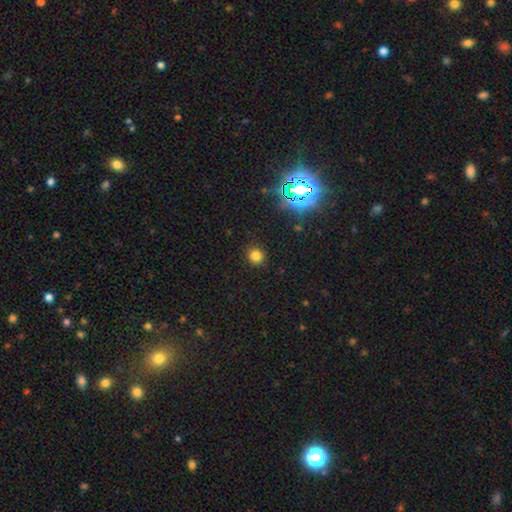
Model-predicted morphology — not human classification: Smooth or featured: smooth — 76% (star or artifact — 18%)
How rounded: round — 91% (in between — 8%)
Merging: none — 90% (minor disturbance — 6%)